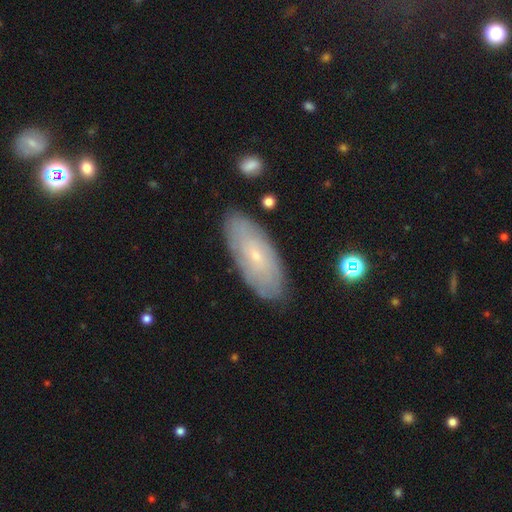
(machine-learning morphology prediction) A featured or disk galaxy (53%). Merging: none (84%).